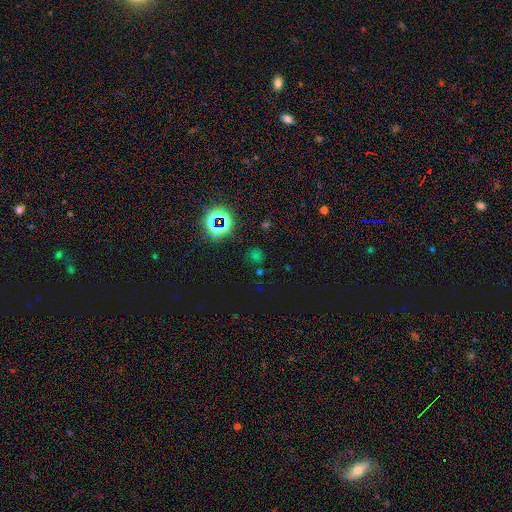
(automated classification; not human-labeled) Smooth or featured?
  - star or artifact: 51% *
  - smooth: 43%
  - featured or disk: 6%